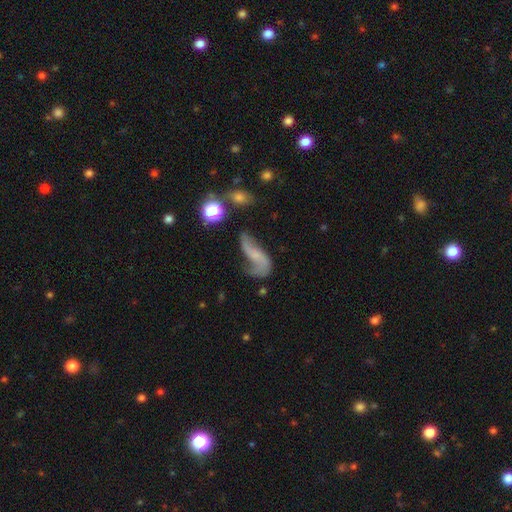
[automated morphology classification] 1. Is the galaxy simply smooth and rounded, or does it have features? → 70% featured or disk, 21% smooth, 9% star or artifact.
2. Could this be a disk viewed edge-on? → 93% no, 7% yes.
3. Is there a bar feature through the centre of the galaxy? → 58% no, 30% weak, 11% strong.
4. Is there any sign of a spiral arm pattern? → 87% yes, 13% no.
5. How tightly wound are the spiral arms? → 84% loose, 12% medium, 4% tight.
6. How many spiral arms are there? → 81% 2, 12% 1, 4% can't tell, 1% 3, 1% 4, 1% more than 4.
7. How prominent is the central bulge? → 44% none, 40% small, 12% moderate, 2% large, 1% dominant.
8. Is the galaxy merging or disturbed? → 42% none, 27% major disturbance, 23% minor disturbance, 8% merger.